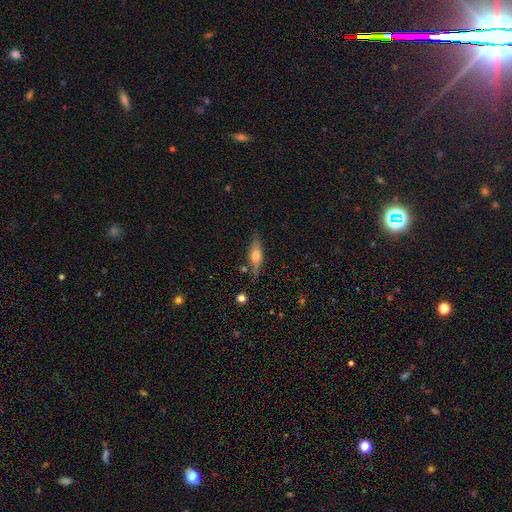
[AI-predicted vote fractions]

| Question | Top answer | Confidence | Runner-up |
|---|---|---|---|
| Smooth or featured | smooth | 61% | featured or disk (32%) |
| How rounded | in between | 56% | cigar-shaped (41%) |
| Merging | none | 72% | minor disturbance (18%) |